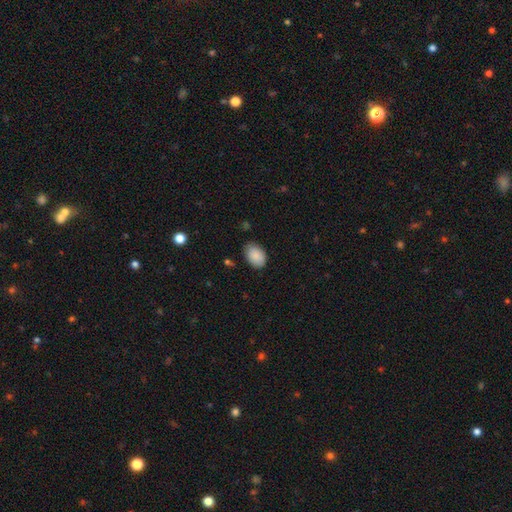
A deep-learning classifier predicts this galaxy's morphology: Smooth or featured? Predicted: smooth (p=0.89). How rounded? Predicted: in between (p=0.86). Merging? Predicted: none (p=0.76).